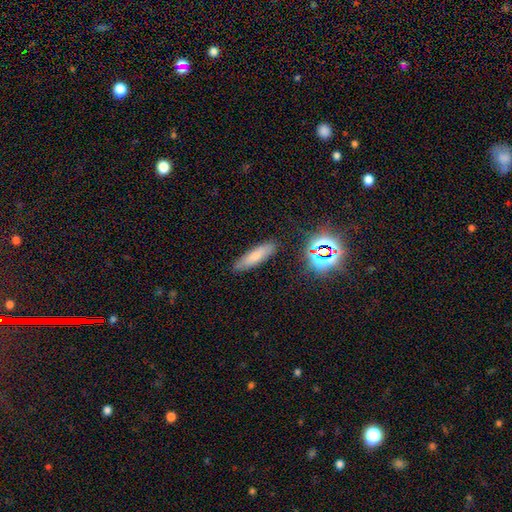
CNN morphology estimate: Overall: smooth (71%). How rounded: cigar-shaped (67%; in between 30%). Merging: none (85%).